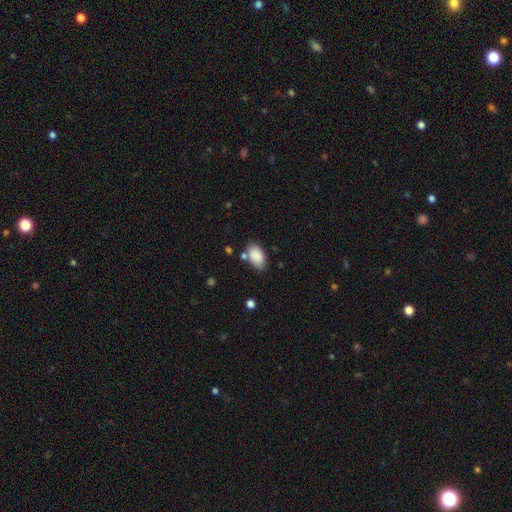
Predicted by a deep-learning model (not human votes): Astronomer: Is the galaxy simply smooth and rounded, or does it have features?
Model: smooth — 87%.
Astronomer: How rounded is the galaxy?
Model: in between — 92%.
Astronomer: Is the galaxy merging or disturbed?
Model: none — 68%.